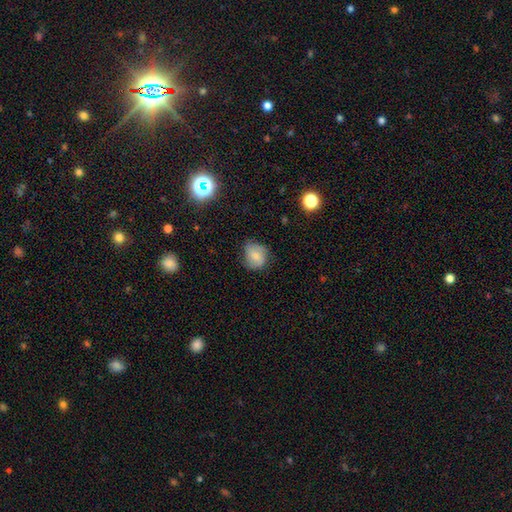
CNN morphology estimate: Smooth or featured? Predicted: smooth (p=0.63). How rounded? Predicted: round (p=0.69). Merging? Predicted: none (p=0.64).